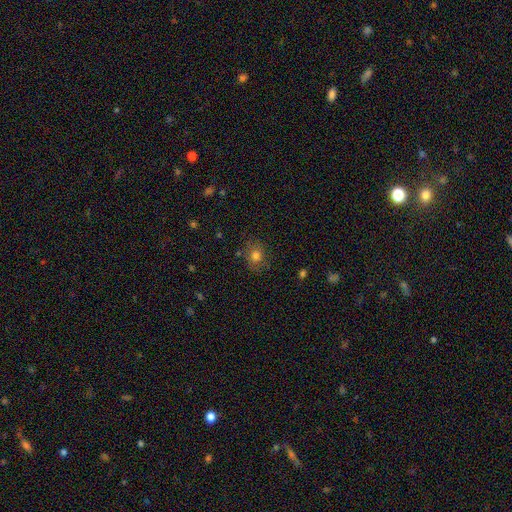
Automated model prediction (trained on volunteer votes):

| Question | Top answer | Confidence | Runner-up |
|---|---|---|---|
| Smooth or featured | smooth | 76% | star or artifact (14%) |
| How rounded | round | 66% | in between (33%) |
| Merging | none | 79% | minor disturbance (14%) |